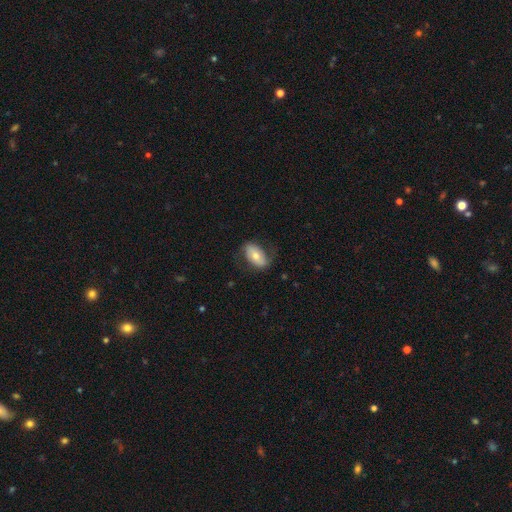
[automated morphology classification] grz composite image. It shows a smooth galaxy with no disk features (63%) that is in between round and cigar-shaped (92%). Merging: none (69%).